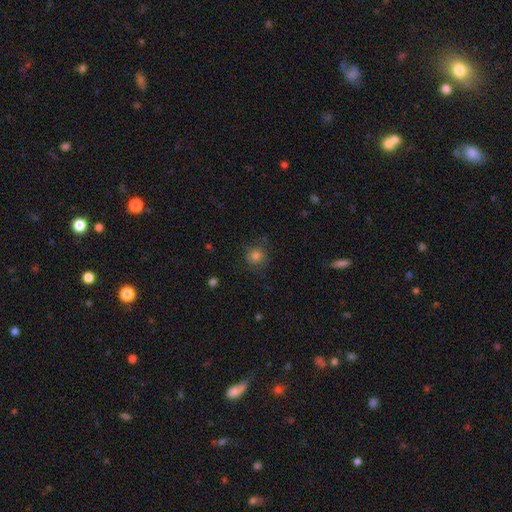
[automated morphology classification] A smooth galaxy with no disk features (79%) that is round (89%). Merging: none (75%).